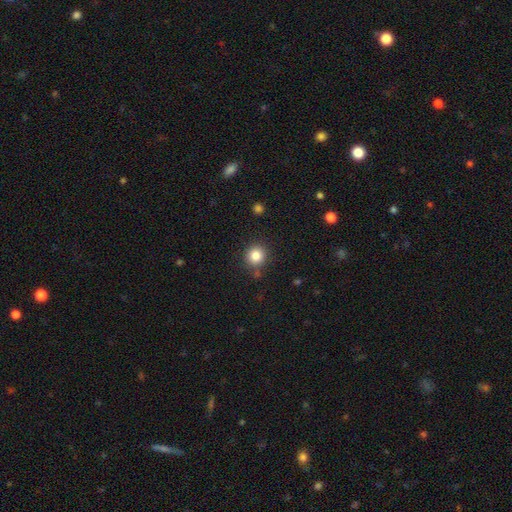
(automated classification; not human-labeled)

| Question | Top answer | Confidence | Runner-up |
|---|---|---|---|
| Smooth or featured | smooth | 84% | star or artifact (11%) |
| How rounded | round | 90% | in between (9%) |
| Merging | none | 84% | minor disturbance (9%) |